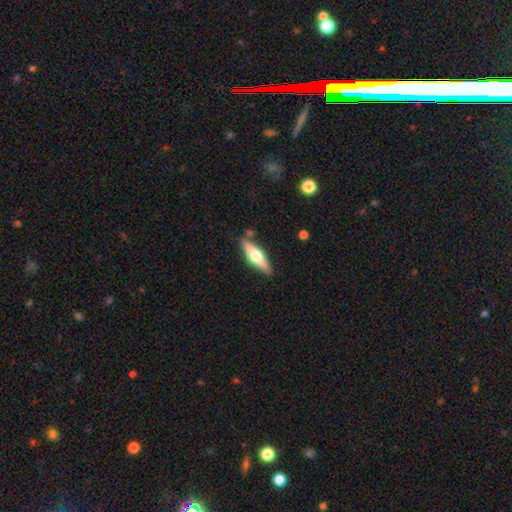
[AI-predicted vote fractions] Smooth or featured? Predicted: featured or disk (p=0.54). Edge-on disk? Predicted: yes (p=0.93). Merging? Predicted: none (p=0.83).